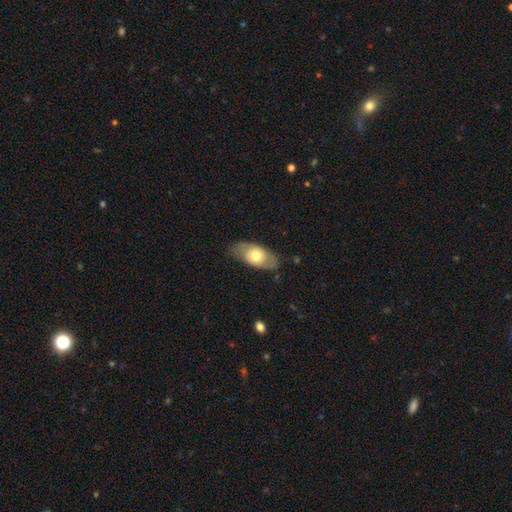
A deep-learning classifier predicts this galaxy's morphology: Smooth or featured? smooth (54%)
How rounded? in between (89%)
Merging? none (75%)